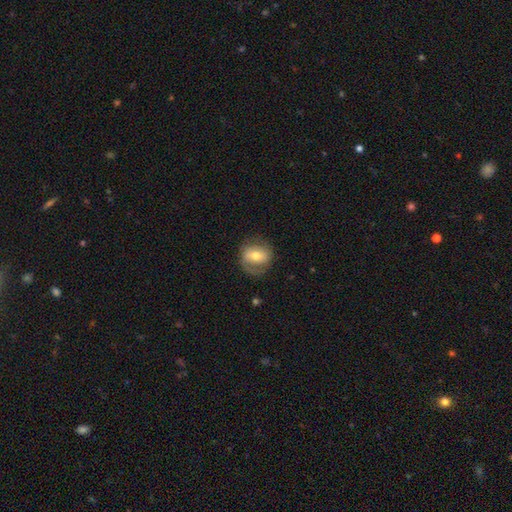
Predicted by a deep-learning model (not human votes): featured or disk 48%, smooth 45%, star or artifact 7%. Down the decision tree: merging — none (68%).